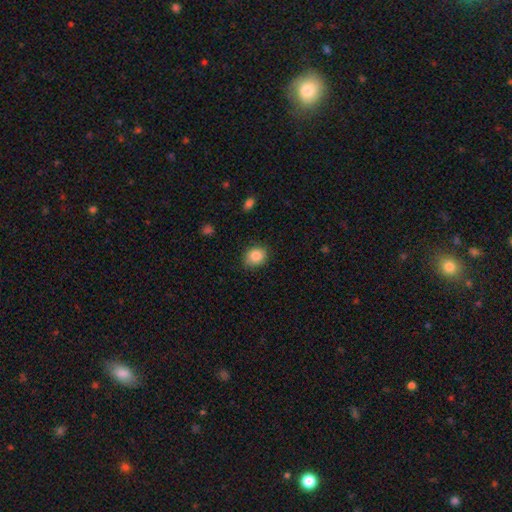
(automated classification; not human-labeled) A smooth galaxy with no disk features (86%) that is round (62%). Merging: none (82%).